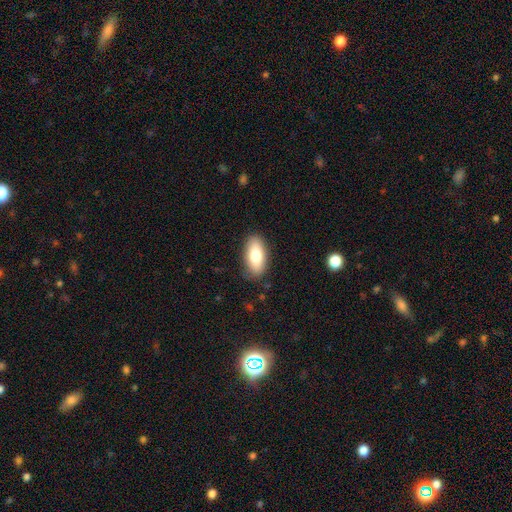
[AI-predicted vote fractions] Smooth or featured? smooth (77%)
How rounded? in between (89%)
Merging? none (86%)